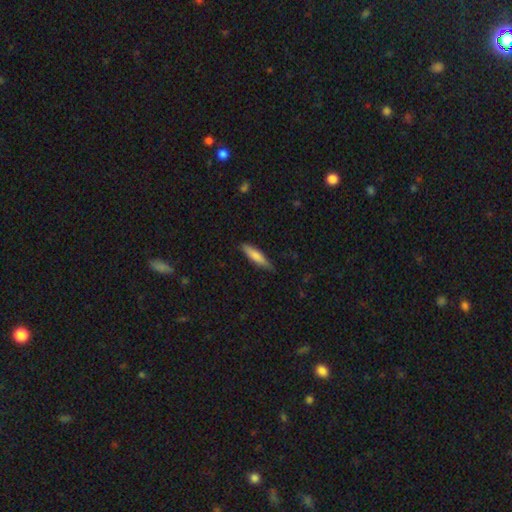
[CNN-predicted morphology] Overall: smooth (75%). How rounded: cigar-shaped (78%). Merging: none (81%).